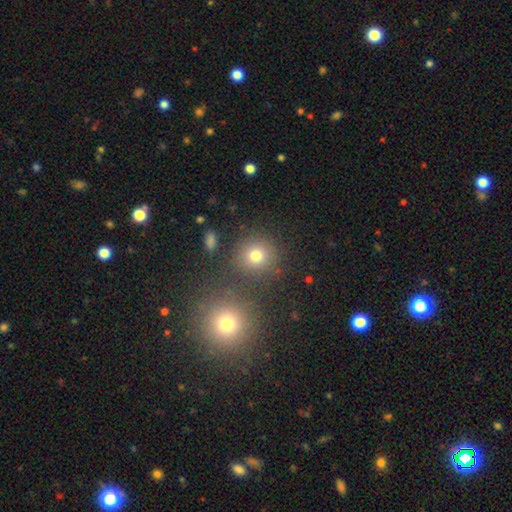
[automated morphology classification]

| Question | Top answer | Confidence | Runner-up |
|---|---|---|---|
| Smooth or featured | smooth | 73% | star or artifact (19%) |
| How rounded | round | 88% | in between (10%) |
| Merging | none | 80% | minor disturbance (8%) |